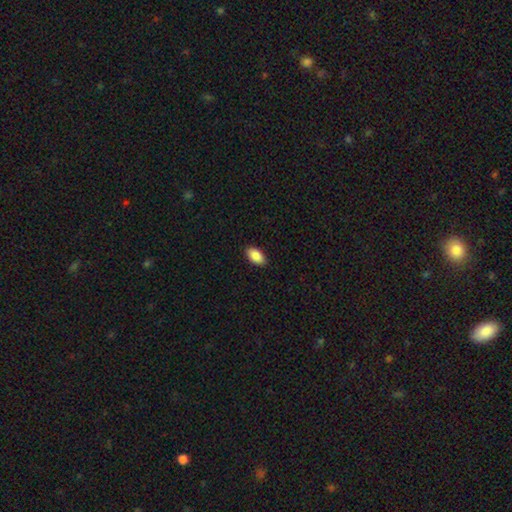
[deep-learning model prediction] Smooth or featured? smooth (88%)
How rounded? in between (94%)
Merging? none (89%)